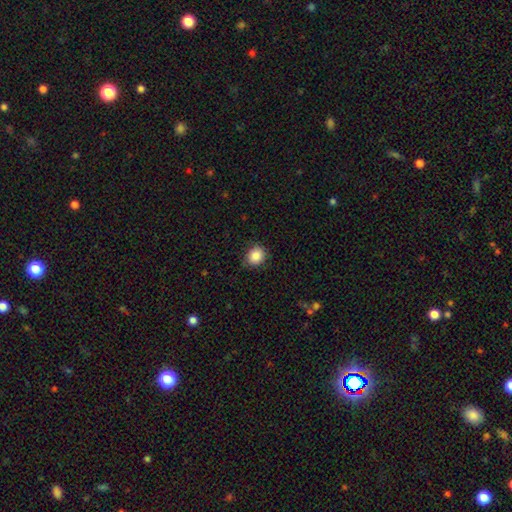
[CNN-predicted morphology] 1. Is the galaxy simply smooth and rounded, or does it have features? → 86% smooth, 9% star or artifact, 5% featured or disk.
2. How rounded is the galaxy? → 73% round, 26% in between, 1% cigar-shaped.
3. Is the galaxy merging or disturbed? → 82% none, 14% minor disturbance, 3% major disturbance, 1% merger.